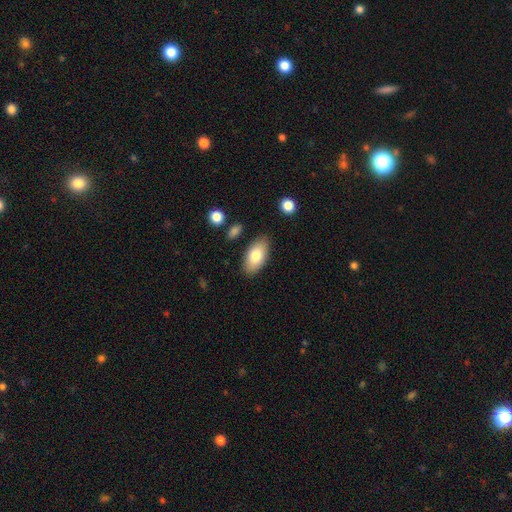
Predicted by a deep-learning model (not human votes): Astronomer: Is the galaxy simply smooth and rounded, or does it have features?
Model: smooth — 78%.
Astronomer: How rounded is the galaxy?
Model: in between — 94%.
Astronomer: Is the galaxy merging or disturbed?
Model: none — 85%.